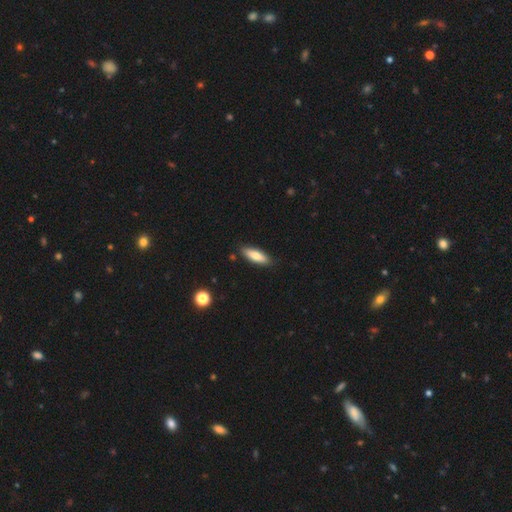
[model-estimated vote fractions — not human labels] Morphology: type=smooth (75%); roundness=in between (54%); merging=none (86%).